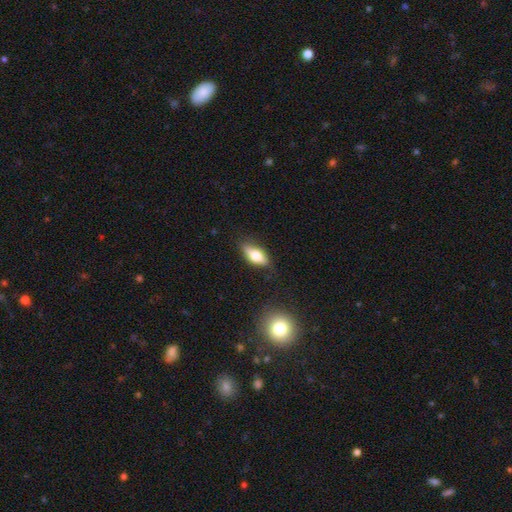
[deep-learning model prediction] Smooth or featured? smooth (67%)
How rounded? in between (80%)
Merging? none (78%)